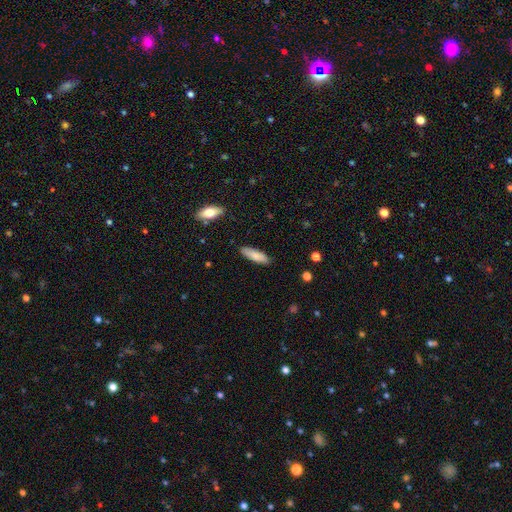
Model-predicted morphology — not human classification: Overall: smooth (82%). How rounded: cigar-shaped (56%; in between 42%). Merging: none (86%).